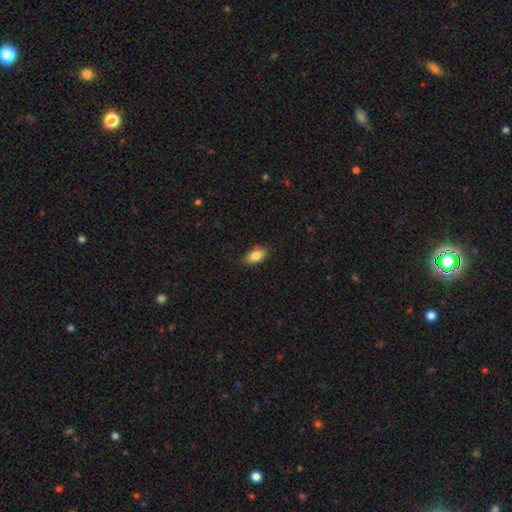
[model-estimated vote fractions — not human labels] Smooth or featured: smooth — 83% (featured or disk — 9%)
How rounded: in between — 89% (round — 6%)
Merging: none — 84% (minor disturbance — 12%)